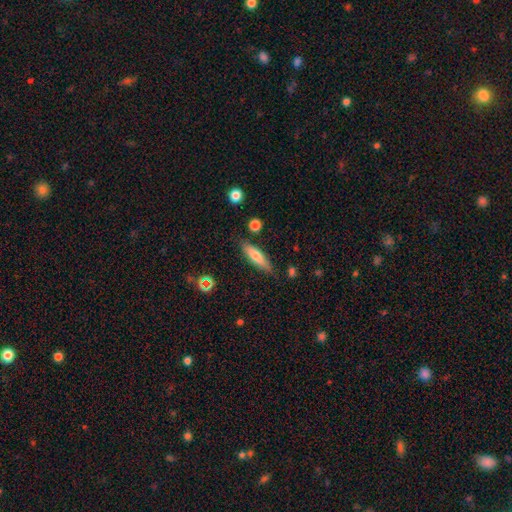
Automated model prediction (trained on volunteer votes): A smooth galaxy with no disk features (64%) that is cigar-shaped (66%).

Vote fractions:
- Smooth or featured? smooth: 64% / featured or disk: 29% / star or artifact: 7%
- How rounded? cigar-shaped: 66% / in between: 32% / round: 2%
- Merging? none: 80% / minor disturbance: 14% / merger: 3% / major disturbance: 3%